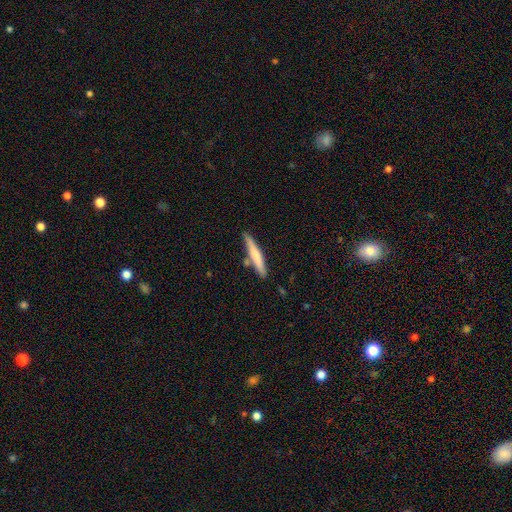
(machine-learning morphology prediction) The model was most divided on "smooth or featured": smooth: 60%, featured or disk: 34%, star or artifact: 5%. More confident: how rounded — cigar-shaped (93%); merging — none (78%).